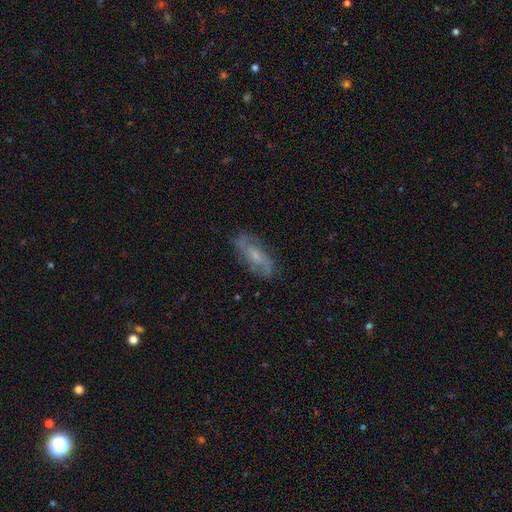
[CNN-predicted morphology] Overall: featured or disk (70%). Edge-on disk: no (91%). Bar: no (53%; weak 39%). Spiral arms: yes (89%). Spiral arm count: 2 (76%). Spiral winding: medium (47%; loose 27%). Bulge size: small (47%; moderate 33%). Merging: none (77%).